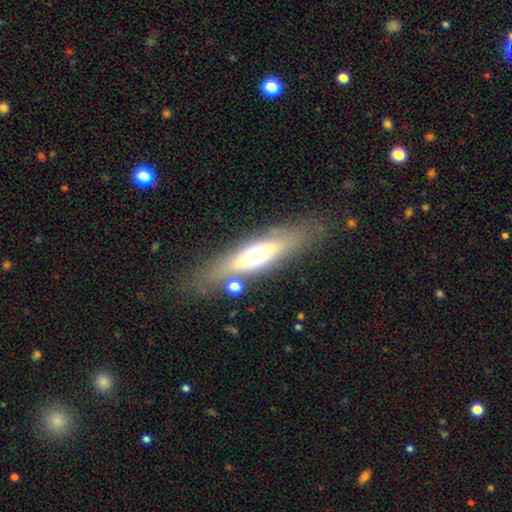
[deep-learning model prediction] smooth_or_featured: featured or disk (p=0.47) [alt: smooth p=0.45]
merging: none (p=0.76) [alt: minor disturbance p=0.13]